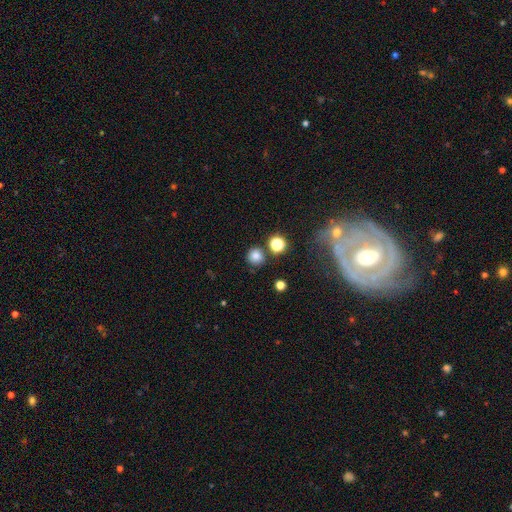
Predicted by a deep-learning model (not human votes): Smooth or featured? smooth (78%)
How rounded? round (92%)
Merging? none (80%)